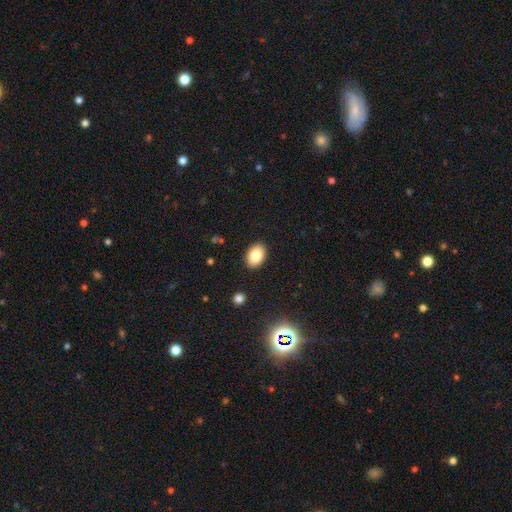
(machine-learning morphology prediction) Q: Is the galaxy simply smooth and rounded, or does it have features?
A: smooth — 82%.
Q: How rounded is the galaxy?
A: in between — 86%.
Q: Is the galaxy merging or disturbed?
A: none — 89%.